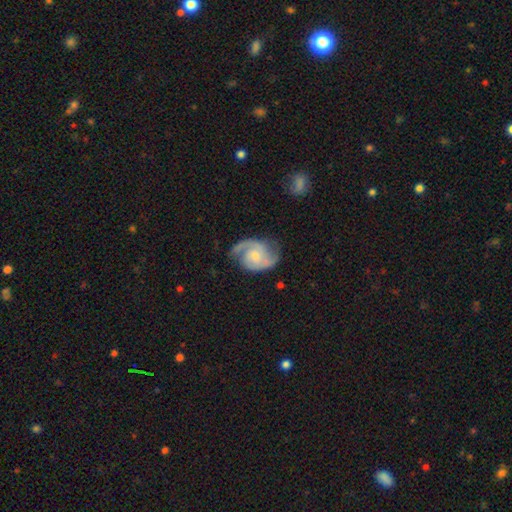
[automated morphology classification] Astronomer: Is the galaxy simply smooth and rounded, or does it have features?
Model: featured or disk — 83%.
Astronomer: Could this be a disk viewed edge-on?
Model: no — 97%.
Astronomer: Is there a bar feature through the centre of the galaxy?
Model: no — 65%.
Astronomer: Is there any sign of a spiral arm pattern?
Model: yes — 96%.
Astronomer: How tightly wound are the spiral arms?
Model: medium — 48% (runner-up: tight, 33%).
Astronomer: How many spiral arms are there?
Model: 2 — 80%.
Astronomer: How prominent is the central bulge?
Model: small — 46%, tied with moderate at 46%.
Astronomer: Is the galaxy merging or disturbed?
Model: none — 64%.